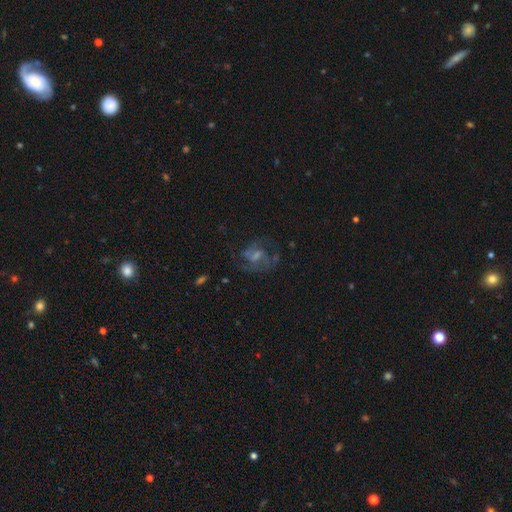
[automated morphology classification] The model was most divided on "bulge size": small: 38%, moderate: 30%, none: 24%, large: 6%, dominant: 1%. Remaining: edge-on disk — no (97%); spiral arms — yes (79%); smooth or featured — featured or disk (66%); spiral arm count — 2 (60%); merging — none (54%); spiral winding — medium (50%); bar — weak (50%).